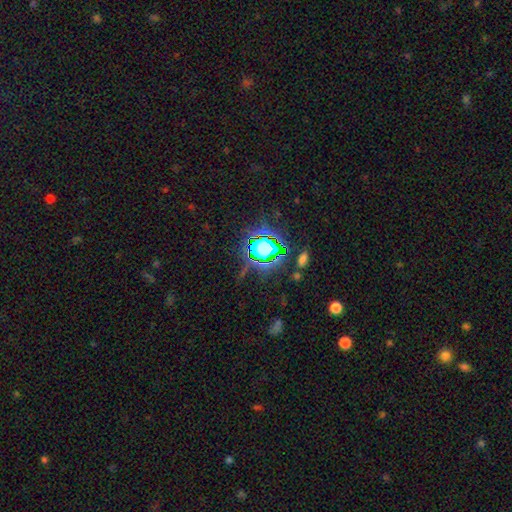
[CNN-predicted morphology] Overall: star or artifact (81%).